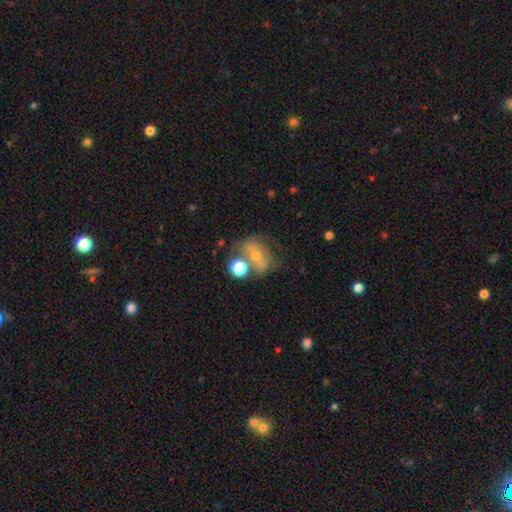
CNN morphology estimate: A featured or disk galaxy (46%). Merging: none (44%).